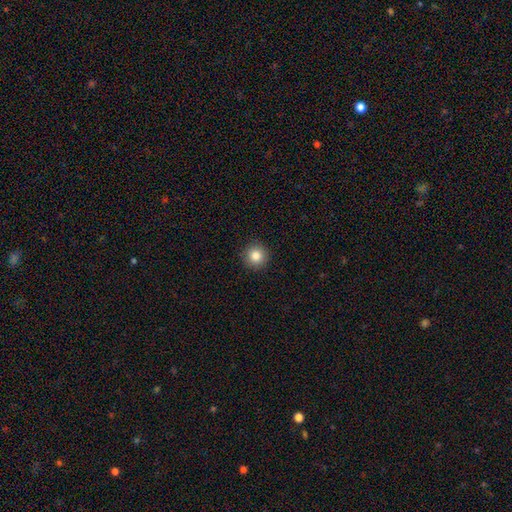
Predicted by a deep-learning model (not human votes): Q: Smooth or featured?
A: smooth (84%); runner-up: star or artifact (10%)
Q: How rounded?
A: round (95%); runner-up: in between (4%)
Q: Merging?
A: none (92%); runner-up: minor disturbance (5%)